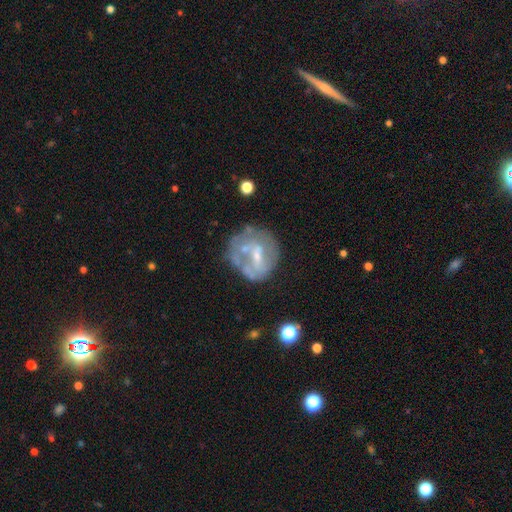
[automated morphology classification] Smooth or featured? featured or disk (62%)
Edge-on disk? no (97%)
Bar? no (48%)
Spiral arms? no (70%)
Bulge size? small (49%)
Merging? none (52%)